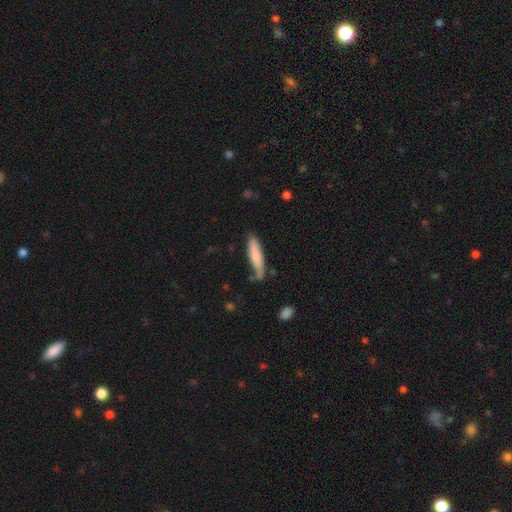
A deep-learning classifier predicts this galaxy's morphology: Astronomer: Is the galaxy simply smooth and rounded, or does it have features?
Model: smooth — 76%.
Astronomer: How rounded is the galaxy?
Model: cigar-shaped — 83%.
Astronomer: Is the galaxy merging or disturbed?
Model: none — 65%.